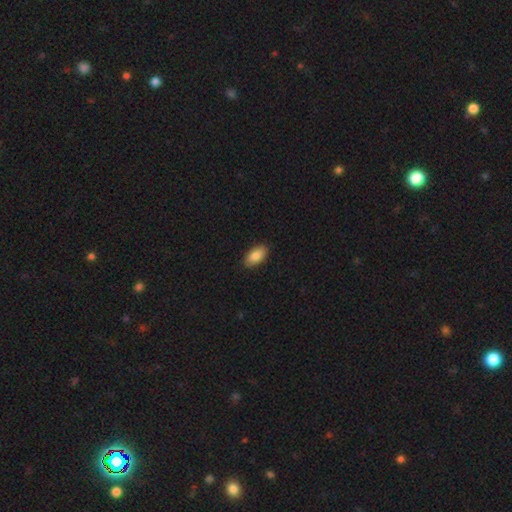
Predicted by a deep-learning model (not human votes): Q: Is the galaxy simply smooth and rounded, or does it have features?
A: smooth — 85%.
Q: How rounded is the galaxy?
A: in between — 93%.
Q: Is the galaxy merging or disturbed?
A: none — 89%.